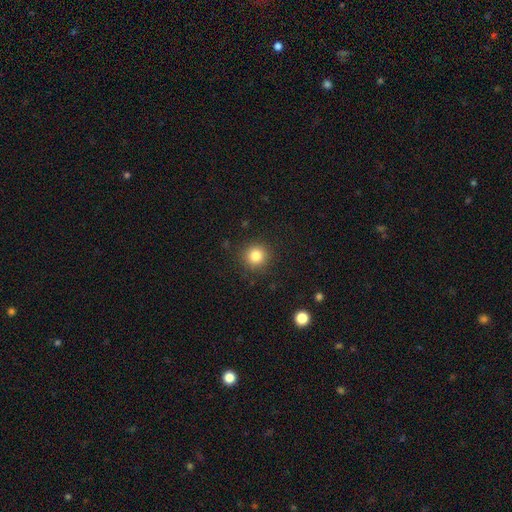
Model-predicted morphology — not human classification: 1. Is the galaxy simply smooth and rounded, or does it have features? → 83% smooth, 11% star or artifact, 6% featured or disk.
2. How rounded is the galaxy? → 94% round, 5% in between, 1% cigar-shaped.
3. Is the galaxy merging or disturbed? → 89% none, 7% minor disturbance, 3% major disturbance, 1% merger.